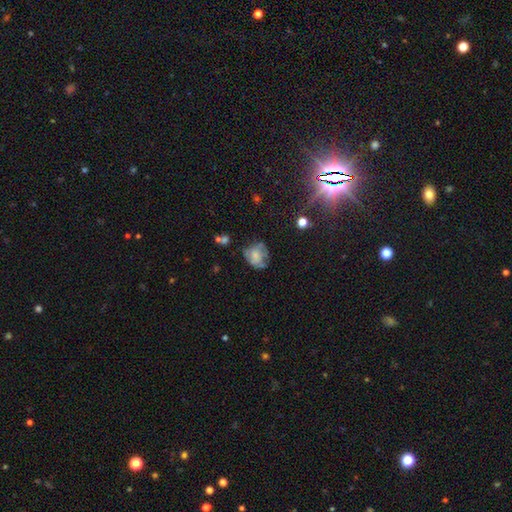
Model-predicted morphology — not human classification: Smooth or featured: smooth — 50% (featured or disk — 39%)
Merging: none — 47% (minor disturbance — 29%)